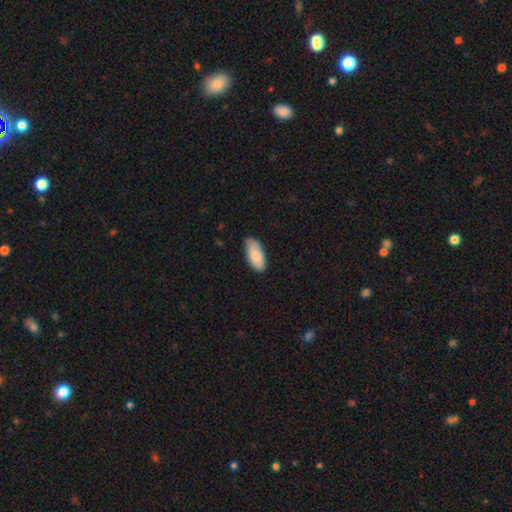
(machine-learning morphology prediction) This is clearly a smooth galaxy (85%). How rounded: clearly in between (90%). Merging: likely none (77%).